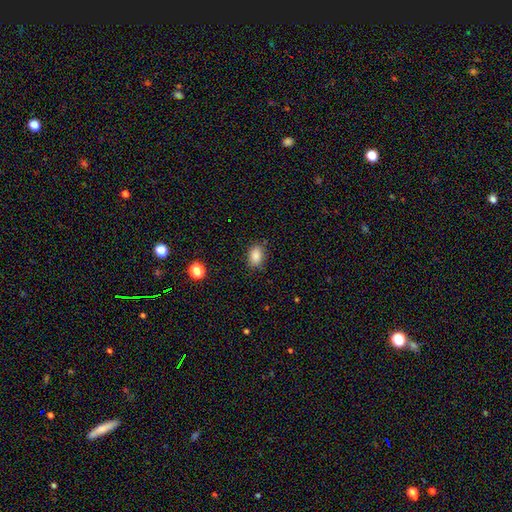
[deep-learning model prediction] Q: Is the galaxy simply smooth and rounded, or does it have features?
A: smooth — 86%.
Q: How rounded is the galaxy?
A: in between — 82%.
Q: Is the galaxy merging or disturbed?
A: none — 82%.